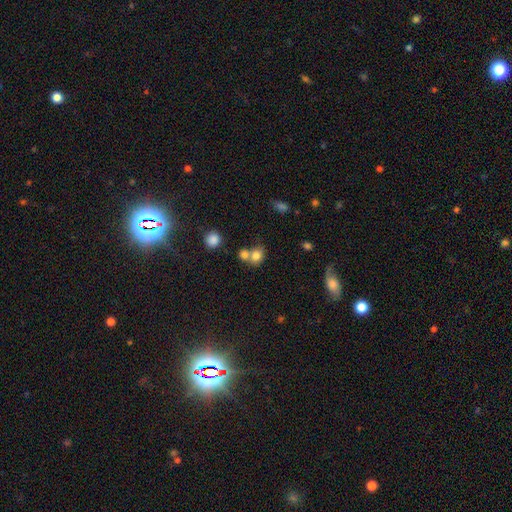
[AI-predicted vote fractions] Q: Smooth or featured?
A: smooth (78%); runner-up: star or artifact (11%)
Q: How rounded?
A: round (67%); runner-up: in between (32%)
Q: Merging?
A: merger (48%); runner-up: none (40%)